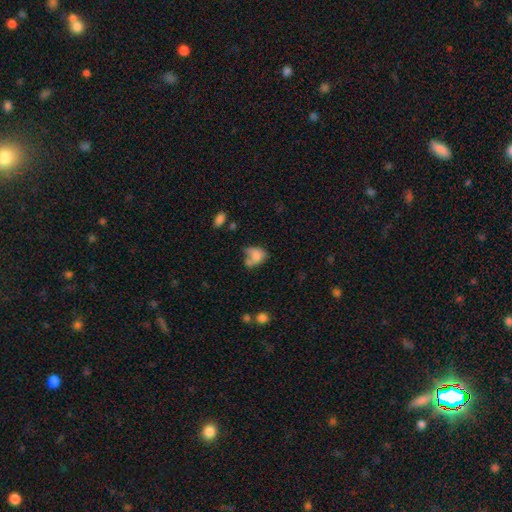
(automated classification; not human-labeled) Smooth or featured: smooth — 72% (featured or disk — 17%)
How rounded: in between — 65% (round — 33%)
Merging: merger — 30% (none — 29%)